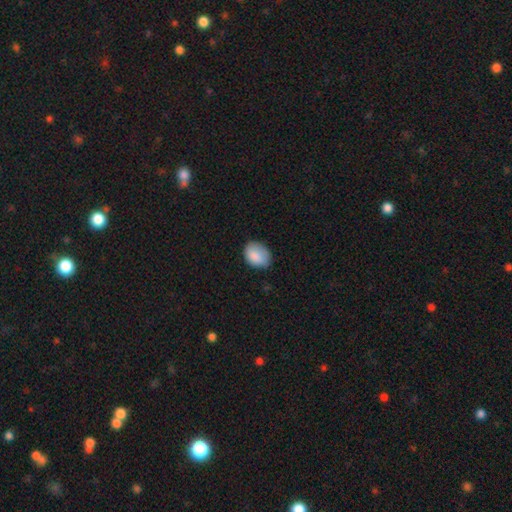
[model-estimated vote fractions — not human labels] This is clearly a smooth galaxy (87%). How rounded: likely in between (71%). Merging: likely none (72%).